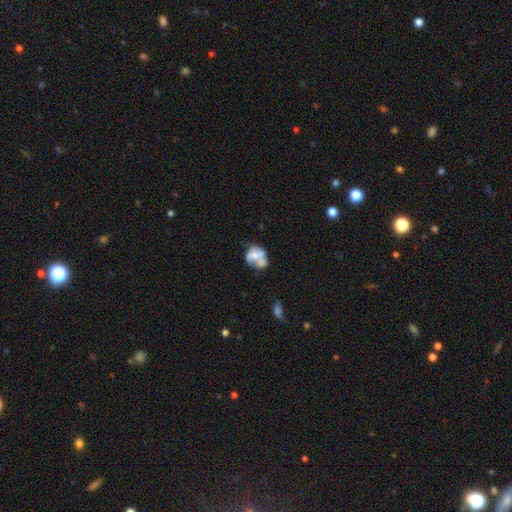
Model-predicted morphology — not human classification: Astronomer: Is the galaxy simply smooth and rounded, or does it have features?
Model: featured or disk — 47% (runner-up: smooth, 44%).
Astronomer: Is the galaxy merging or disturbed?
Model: merger — 40% (runner-up: none, 25%).